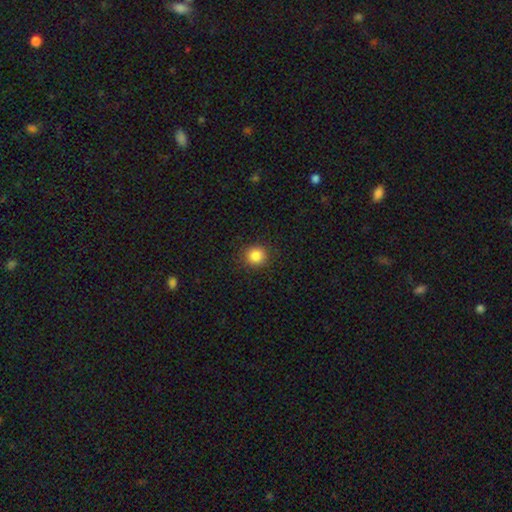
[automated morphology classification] Smooth or featured? Predicted: smooth (p=0.85). How rounded? Predicted: round (p=0.91). Merging? Predicted: none (p=0.91).